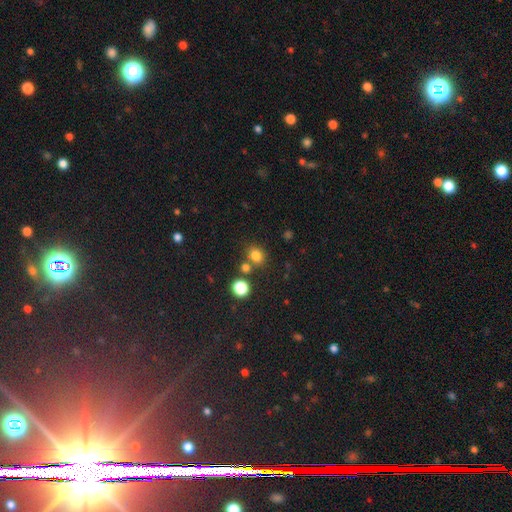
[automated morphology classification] This is likely a smooth galaxy (79%). How rounded: likely round (69%). Merging: likely none (70%).